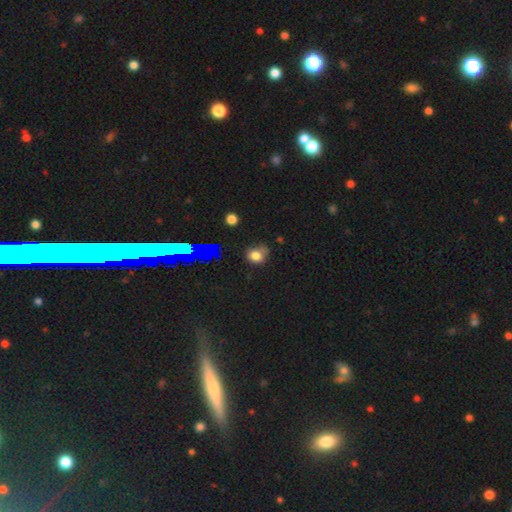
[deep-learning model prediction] Q: Smooth or featured?
A: smooth (73%); runner-up: star or artifact (18%)
Q: How rounded?
A: round (60%); runner-up: in between (38%)
Q: Merging?
A: none (52%); runner-up: minor disturbance (32%)